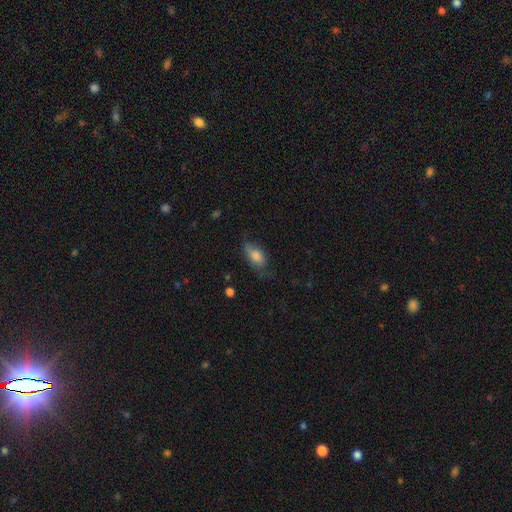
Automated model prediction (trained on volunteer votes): This appears to be a smooth galaxy with no disk features (76%) that is in between round and cigar-shaped (87%). Merging: none (59%).